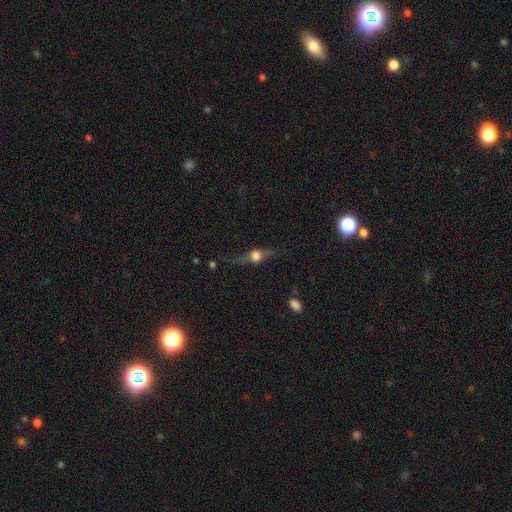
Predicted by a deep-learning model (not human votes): A featured or disk galaxy (68%) viewed edge-on (92%) with a rounded central bulge (95%).

Vote fractions:
- Smooth or featured? featured or disk: 68% / smooth: 21% / star or artifact: 11%
- Edge-on disk? yes: 92% / no: 8%
- Edge-on bulge? rounded: 95% / boxy: 3% / none: 1%
- Merging? none: 74% / minor disturbance: 15% / major disturbance: 8% / merger: 2%